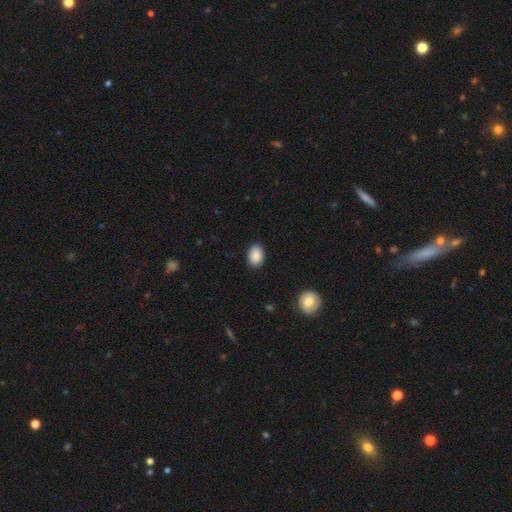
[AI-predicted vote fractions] A smooth galaxy with no disk features (88%) that is in between round and cigar-shaped (81%). Merging: none (87%).